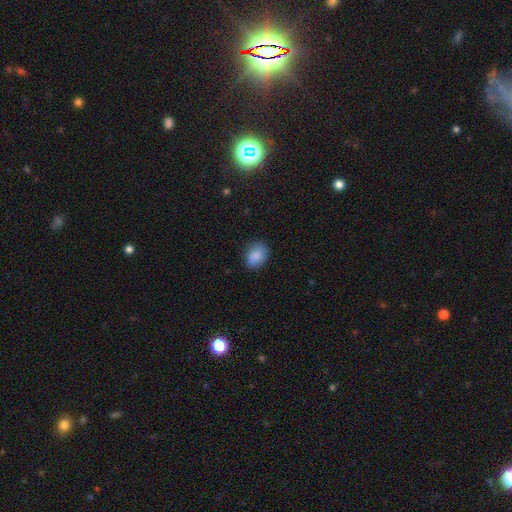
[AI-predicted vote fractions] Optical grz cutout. It shows a smooth galaxy with no disk features (86%) that is in between round and cigar-shaped (63%). Merging: none (79%).